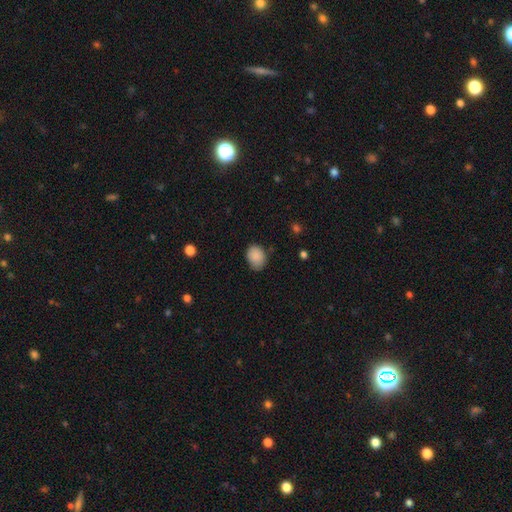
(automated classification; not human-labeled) Smooth or featured? Predicted: smooth (p=0.88). How rounded? Predicted: in between (p=0.64). Merging? Predicted: none (p=0.74).